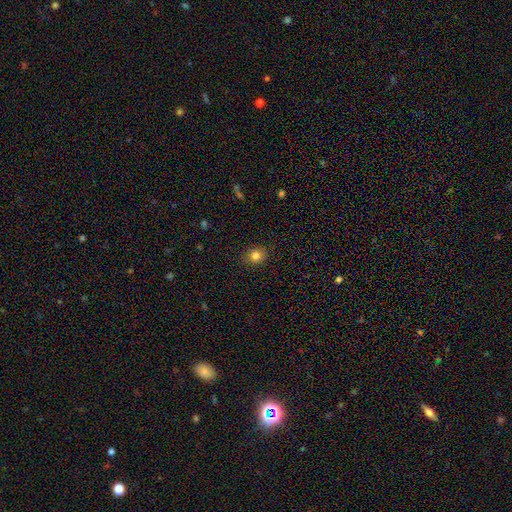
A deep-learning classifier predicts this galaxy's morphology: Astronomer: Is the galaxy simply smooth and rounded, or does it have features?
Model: smooth — 81%.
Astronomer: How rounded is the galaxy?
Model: round — 65%.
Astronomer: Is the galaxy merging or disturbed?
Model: none — 88%.